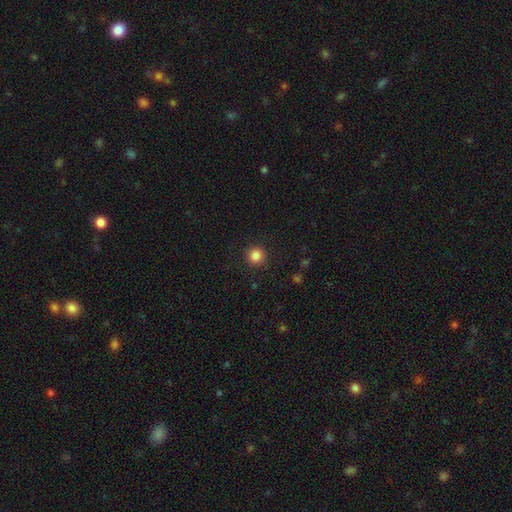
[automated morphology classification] This appears to be a smooth galaxy with no disk features (85%) that is round (95%). Merging: none (92%).